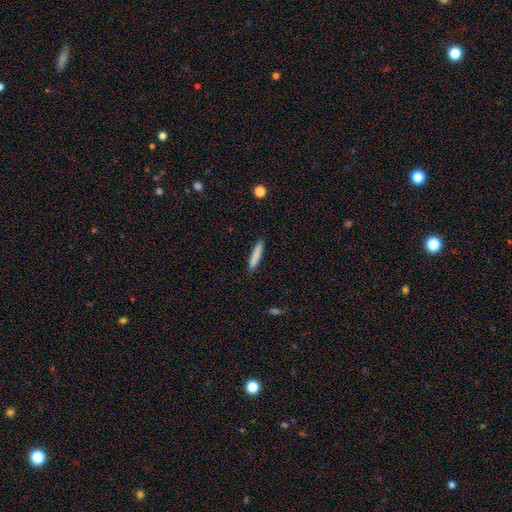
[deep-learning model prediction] Smooth or featured: smooth — 84% (featured or disk — 10%)
How rounded: cigar-shaped — 91% (in between — 7%)
Merging: none — 89% (minor disturbance — 8%)